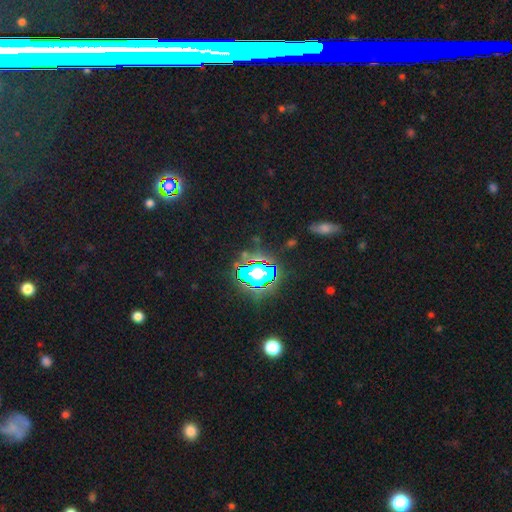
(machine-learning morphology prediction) This is clearly a star or artifact rather than a galaxy (81%).